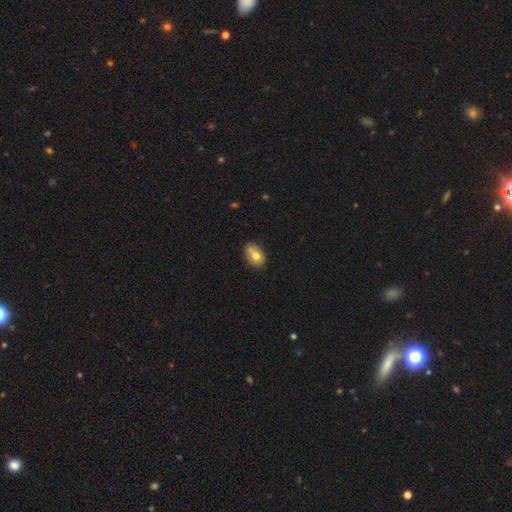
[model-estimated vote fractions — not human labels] Smooth or featured? Predicted: smooth (p=0.71). How rounded? Predicted: in between (p=0.80). Merging? Predicted: none (p=0.60).